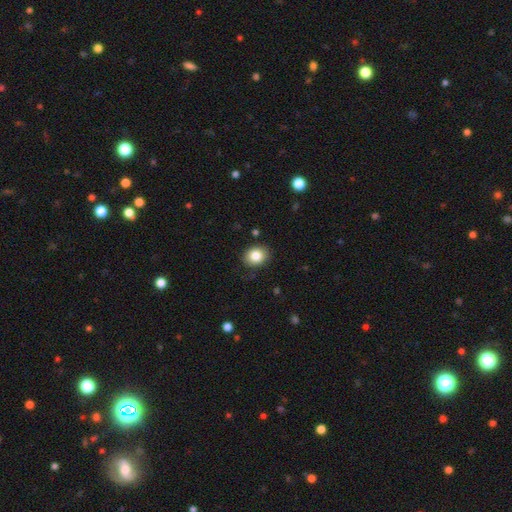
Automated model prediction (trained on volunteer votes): Smooth or featured? Predicted: smooth (p=0.84). How rounded? Predicted: round (p=0.51). Merging? Predicted: none (p=0.86).